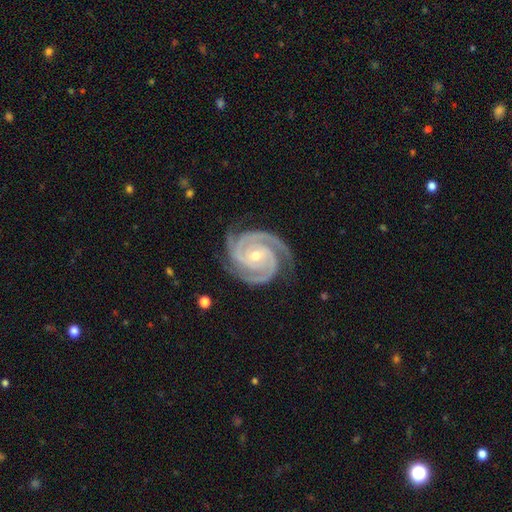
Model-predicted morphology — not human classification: Smooth or featured? featured or disk (95%)
Edge-on disk? no (98%)
Bar? no (54%)
Spiral arms? yes (99%)
Spiral winding? tight (77%)
Spiral arm count? 3 (52%)
Bulge size? small (57%)
Merging? none (81%)